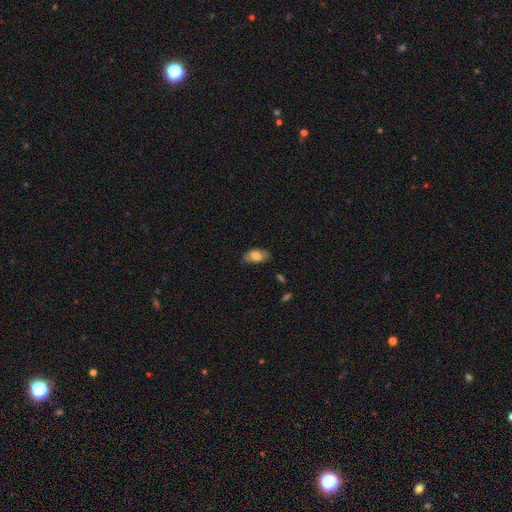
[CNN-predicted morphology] This appears to be a smooth galaxy with no disk features (70%) that is in between round and cigar-shaped (93%). Merging: none (74%).